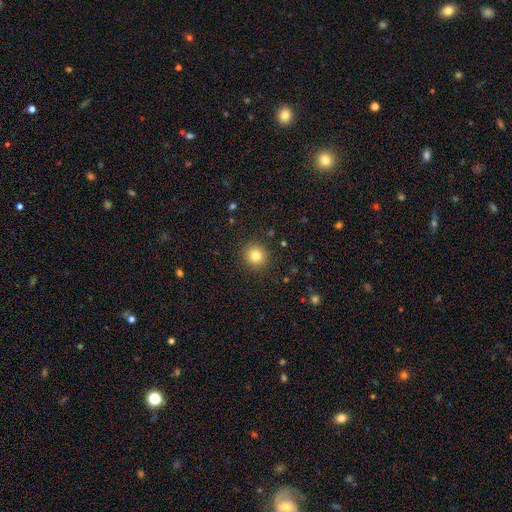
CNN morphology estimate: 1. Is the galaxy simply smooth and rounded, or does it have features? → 81% smooth, 12% star or artifact, 7% featured or disk.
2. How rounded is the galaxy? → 91% round, 8% in between, 1% cigar-shaped.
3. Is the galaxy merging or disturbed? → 90% none, 6% minor disturbance, 2% major disturbance, 1% merger.